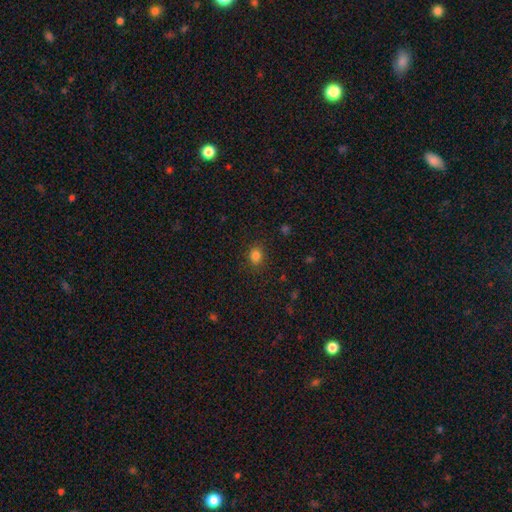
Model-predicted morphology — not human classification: smooth-or-featured: smooth: 83% | star or artifact: 13% | featured or disk: 5%
  how-rounded: round: 66% | in between: 33% | cigar-shaped: 1%
  merging: none: 88% | minor disturbance: 8% | major disturbance: 3% | merger: 1%